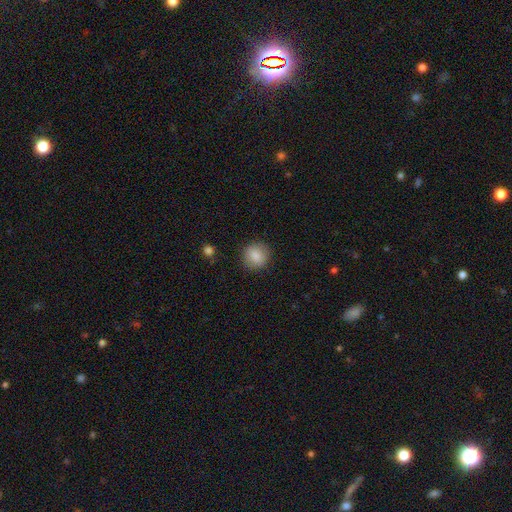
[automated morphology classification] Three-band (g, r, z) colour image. It shows a smooth galaxy with no disk features (86%) that is round (89%). Merging: none (88%).